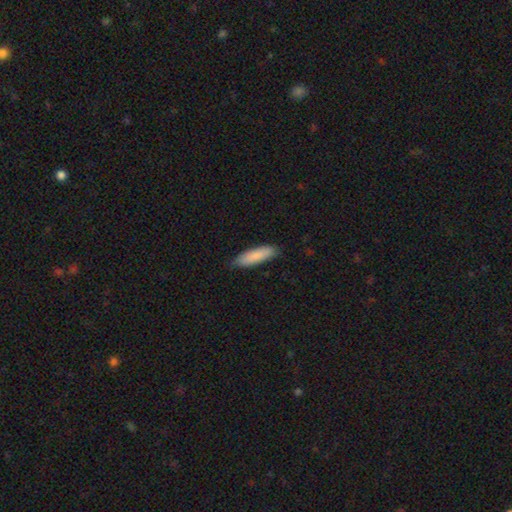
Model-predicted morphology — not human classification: smooth-or-featured: smooth: 86% | featured or disk: 8% | star or artifact: 5%
  how-rounded: cigar-shaped: 64% | in between: 34% | round: 1%
  merging: none: 83% | minor disturbance: 14% | major disturbance: 2% | merger: 1%